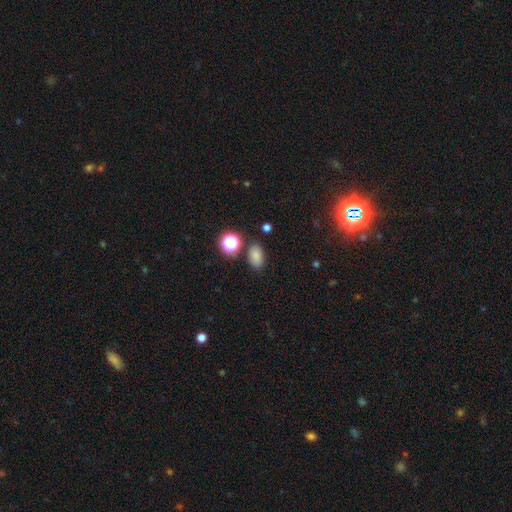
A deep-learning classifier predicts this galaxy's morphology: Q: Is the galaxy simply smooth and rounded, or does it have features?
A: smooth — 79%.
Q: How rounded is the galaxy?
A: in between — 82%.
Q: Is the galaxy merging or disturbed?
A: none — 80%.